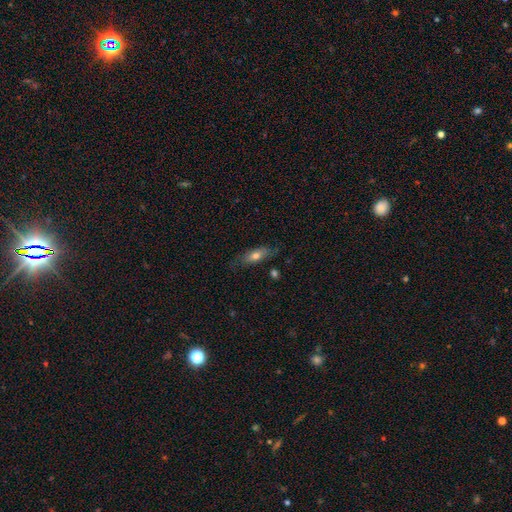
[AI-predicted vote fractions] smooth-or-featured: smooth: 65% | featured or disk: 27% | star or artifact: 7%
  how-rounded: in between: 64% | cigar-shaped: 33% | round: 3%
  merging: none: 73% | minor disturbance: 20% | major disturbance: 5% | merger: 2%